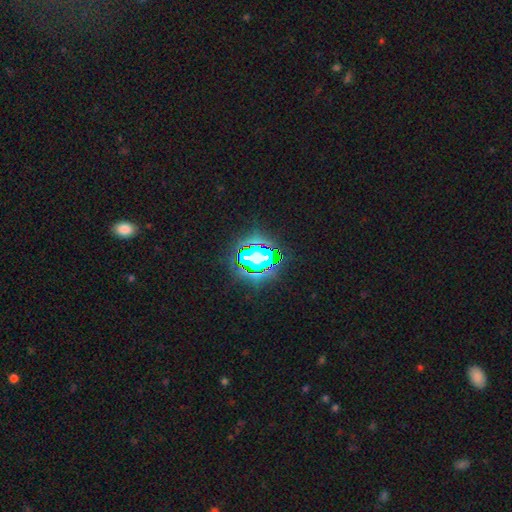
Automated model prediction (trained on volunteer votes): Smooth or featured?
  - star or artifact: 60% *
  - smooth: 25%
  - featured or disk: 15%